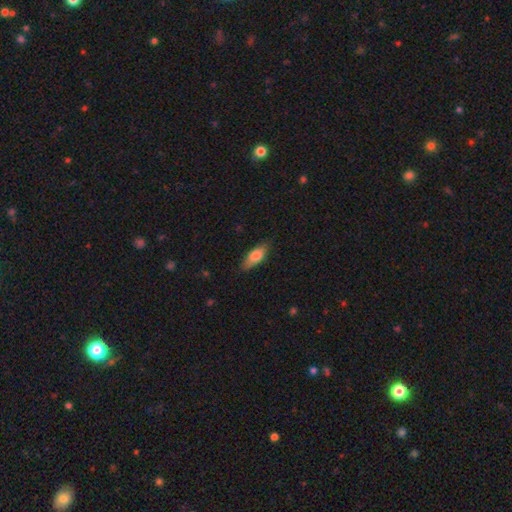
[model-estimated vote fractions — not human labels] Morphology: type=smooth (76%); roundness=in between (72%); merging=none (81%).